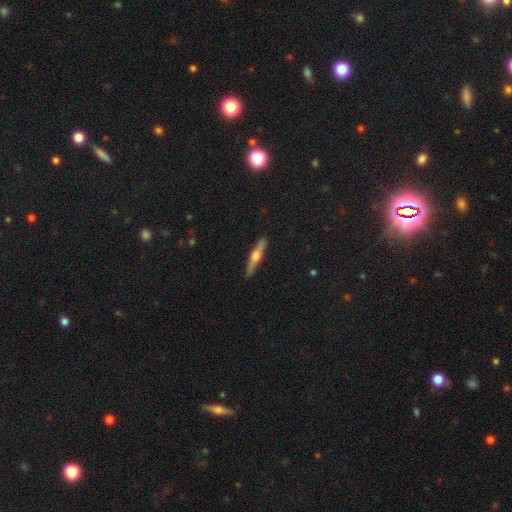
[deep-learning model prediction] smooth-or-featured: featured or disk: 57% | smooth: 38% | star or artifact: 5%
  disk-edge-on: yes: 94% | no: 6%
    edge-on-bulge: rounded: 92% | none: 4% | boxy: 4%
  merging: none: 89% | minor disturbance: 8% | major disturbance: 2% | merger: 1%